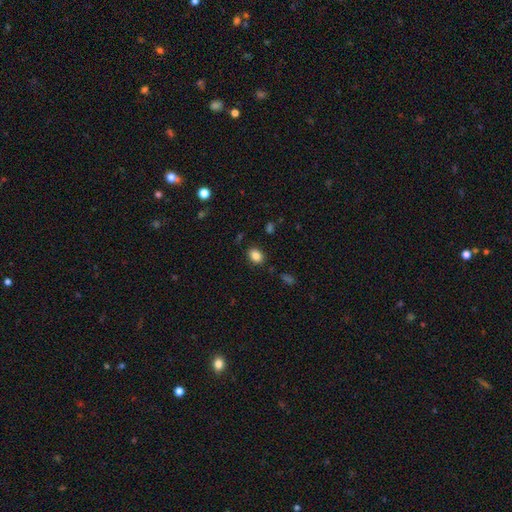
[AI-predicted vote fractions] Overall: smooth (85%). How rounded: in between (70%). Merging: none (86%).